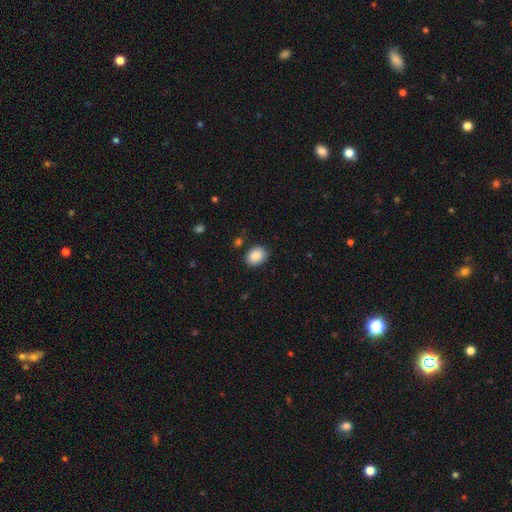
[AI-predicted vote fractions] The model was most divided on "how rounded": in between: 73%, round: 26%, cigar-shaped: 1%. More confident: smooth or featured — smooth (88%); merging — none (85%).